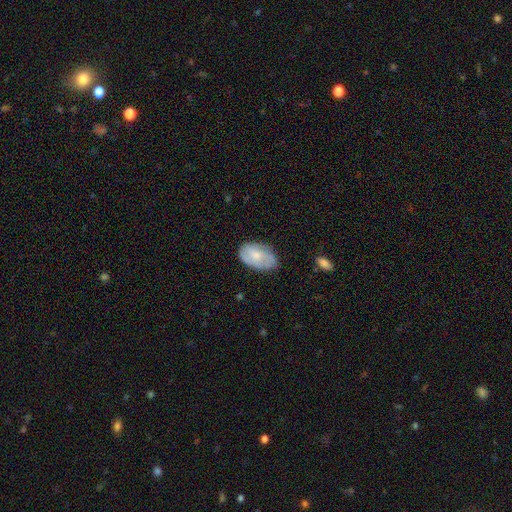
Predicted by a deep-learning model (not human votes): A smooth galaxy with no disk features (51%) that is in between round and cigar-shaped (91%).

Vote fractions:
- Smooth or featured? smooth: 51% / featured or disk: 42% / star or artifact: 7%
- How rounded? in between: 91% / round: 8% / cigar-shaped: 2%
- Merging? none: 68% / minor disturbance: 25% / major disturbance: 6% / merger: 2%